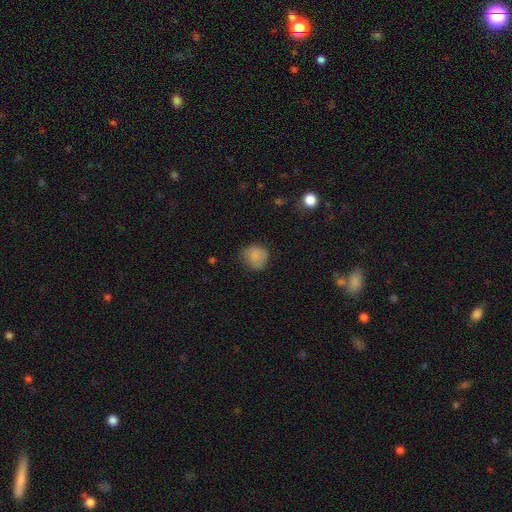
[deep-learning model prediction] Smooth or featured: smooth — 82% (star or artifact — 9%)
How rounded: round — 83% (in between — 16%)
Merging: none — 66% (minor disturbance — 25%)